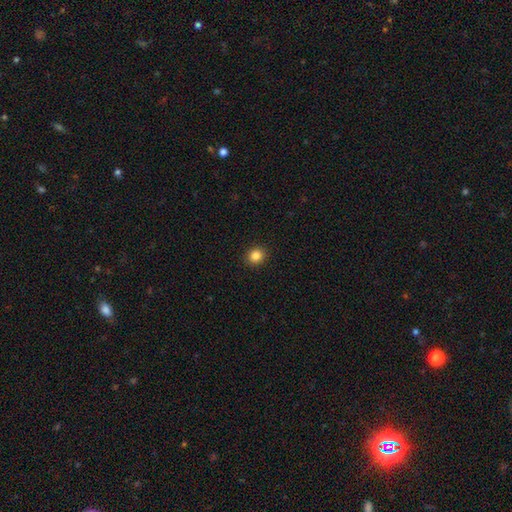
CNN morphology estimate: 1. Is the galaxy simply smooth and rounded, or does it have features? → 85% smooth, 11% star or artifact, 4% featured or disk.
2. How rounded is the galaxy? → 81% round, 18% in between, 1% cigar-shaped.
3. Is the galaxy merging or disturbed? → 92% none, 5% minor disturbance, 2% major disturbance, 1% merger.